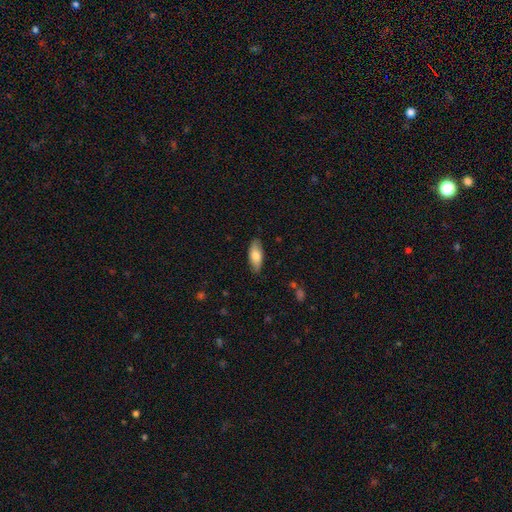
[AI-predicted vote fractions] smooth 78%, featured or disk 16%, star or artifact 6%. Down the decision tree: how rounded — in between (79%); merging — none (84%).